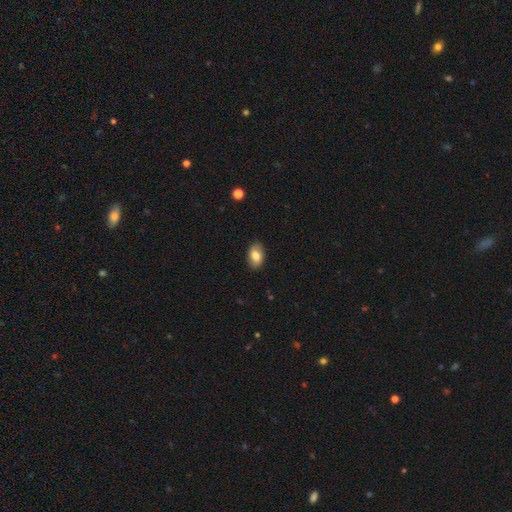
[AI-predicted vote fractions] smooth 80%, featured or disk 13%, star or artifact 7%. Down the decision tree: how rounded — in between (89%); merging — none (87%).